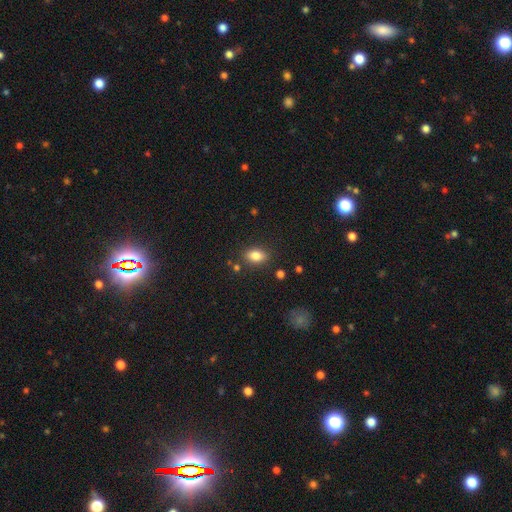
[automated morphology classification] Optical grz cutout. It shows a smooth galaxy with no disk features (83%) that is in between round and cigar-shaped (84%). Merging: none (83%).